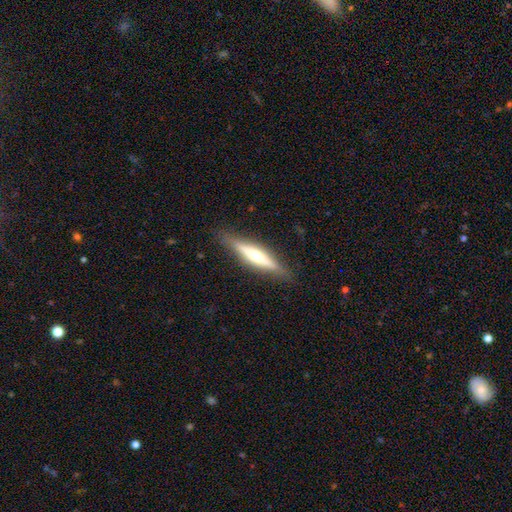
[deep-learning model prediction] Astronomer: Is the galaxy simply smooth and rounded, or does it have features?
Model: featured or disk — 61%.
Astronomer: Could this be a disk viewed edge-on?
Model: yes — 94%.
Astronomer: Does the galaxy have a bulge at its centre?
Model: rounded — 85%.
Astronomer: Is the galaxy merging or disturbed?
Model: none — 89%.